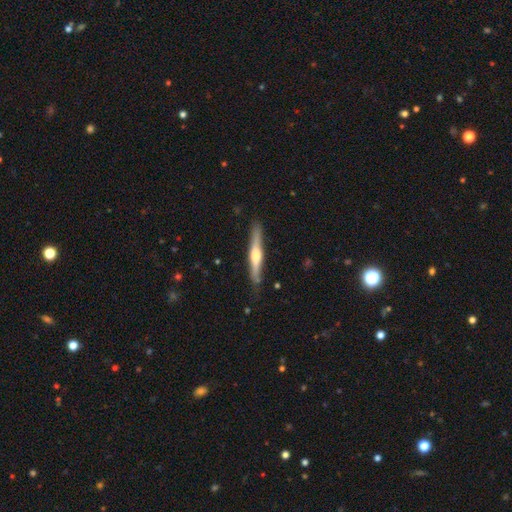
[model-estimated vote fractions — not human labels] Smooth or featured?
  - featured or disk: 68% *
  - smooth: 27%
  - star or artifact: 5%
Edge-on disk?
  - yes: 97% *
  - no: 3%
Edge-on bulge?
  - rounded: 85% *
  - boxy: 10%
  - none: 5%
Merging?
  - none: 84% *
  - minor disturbance: 12%
  - major disturbance: 2%
  - merger: 2%